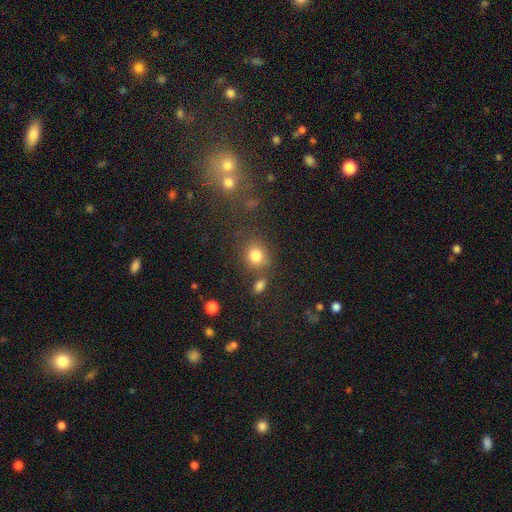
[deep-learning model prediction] Q: Smooth or featured?
A: smooth (80%); runner-up: star or artifact (13%)
Q: How rounded?
A: round (72%); runner-up: in between (27%)
Q: Merging?
A: none (67%); runner-up: merger (14%)